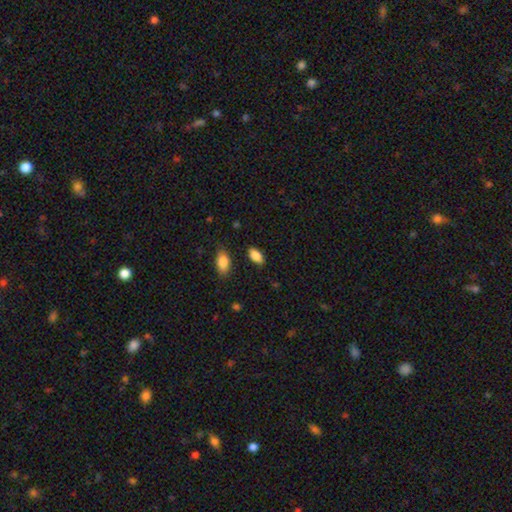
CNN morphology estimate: Smooth or featured: smooth — 87% (star or artifact — 7%)
How rounded: in between — 92% (cigar-shaped — 5%)
Merging: none — 84% (minor disturbance — 11%)